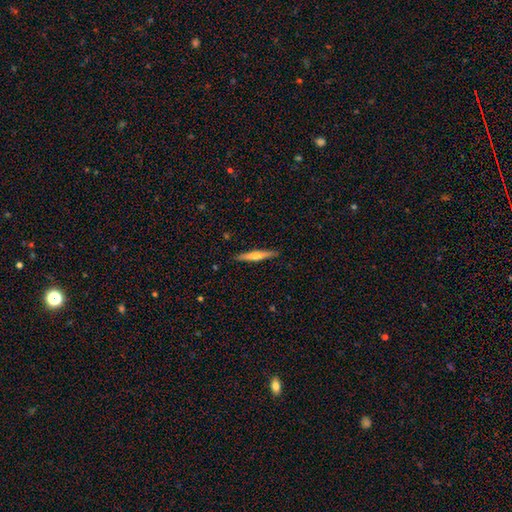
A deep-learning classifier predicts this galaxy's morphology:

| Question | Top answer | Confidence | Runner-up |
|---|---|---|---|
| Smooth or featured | featured or disk | 48% | smooth (46%) |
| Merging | none | 90% | minor disturbance (7%) |